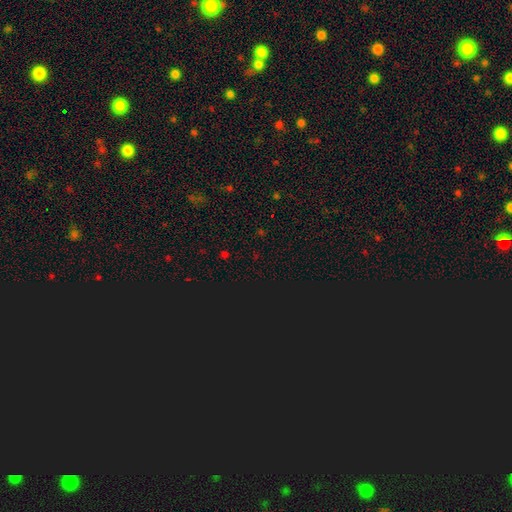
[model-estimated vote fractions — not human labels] star or artifact 70%, smooth 24%, featured or disk 6%.